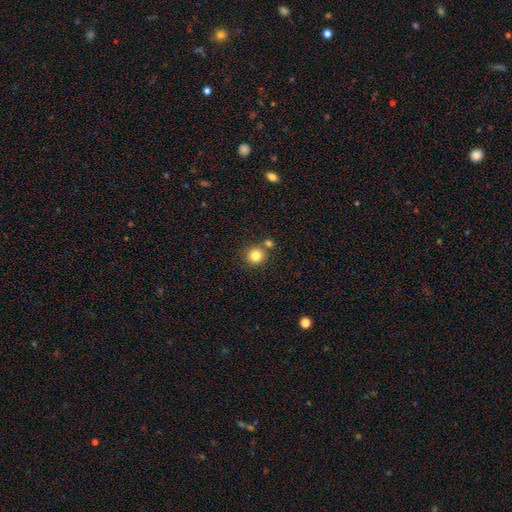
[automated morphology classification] Overall: smooth (82%). How rounded: round (92%). Merging: none (73%).